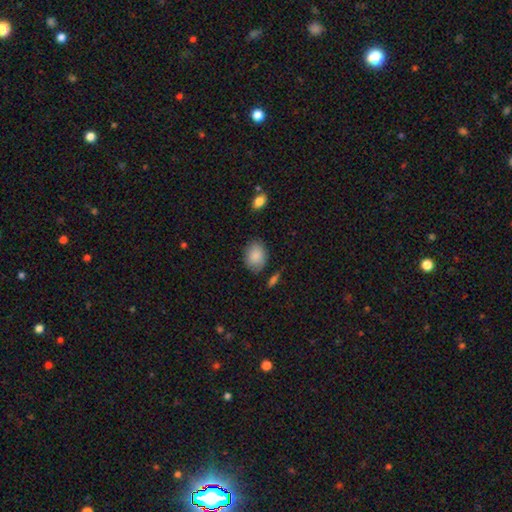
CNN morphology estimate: Smooth or featured: smooth — 88% (star or artifact — 7%)
How rounded: in between — 72% (round — 26%)
Merging: none — 80% (minor disturbance — 14%)